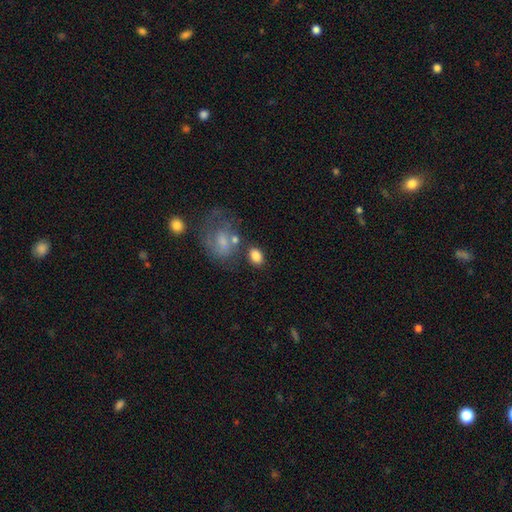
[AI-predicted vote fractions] Smooth or featured? Predicted: smooth (p=0.83). How rounded? Predicted: in between (p=0.78). Merging? Predicted: none (p=0.65).